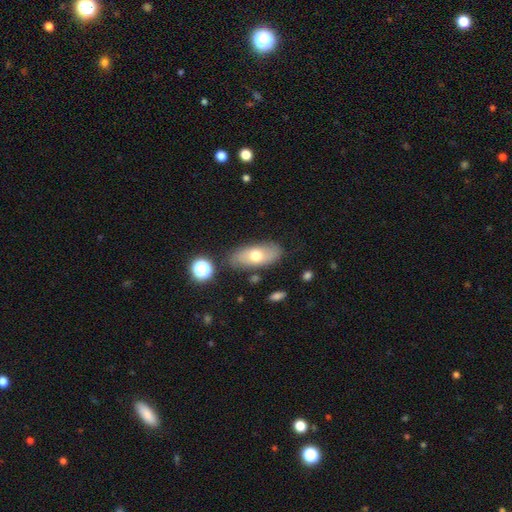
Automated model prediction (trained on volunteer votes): Smooth or featured? smooth (60%)
How rounded? in between (86%)
Merging? none (78%)